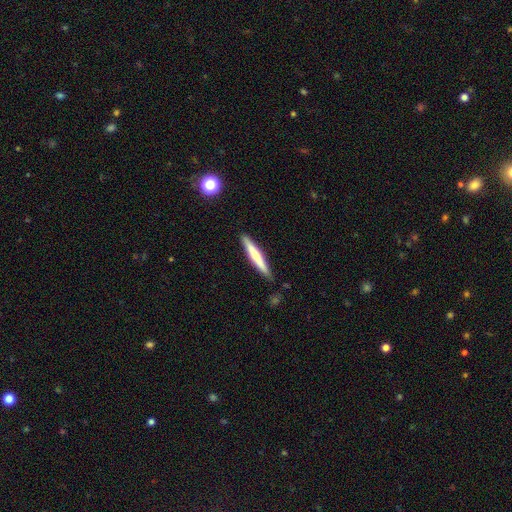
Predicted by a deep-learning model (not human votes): Smooth or featured? smooth (59%)
How rounded? cigar-shaped (95%)
Merging? none (88%)